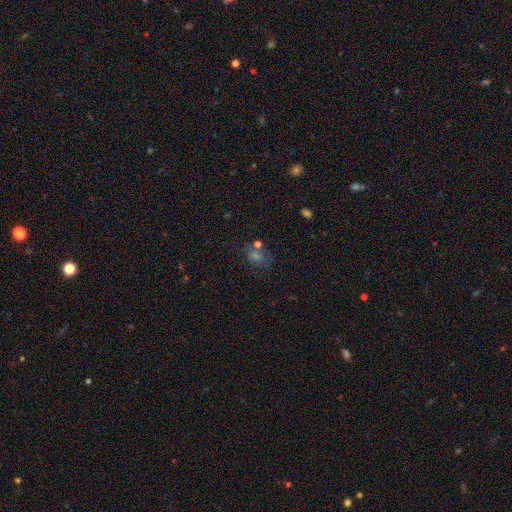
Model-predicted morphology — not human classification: This is possibly a smooth galaxy (46%). Merging: likely none (61%).